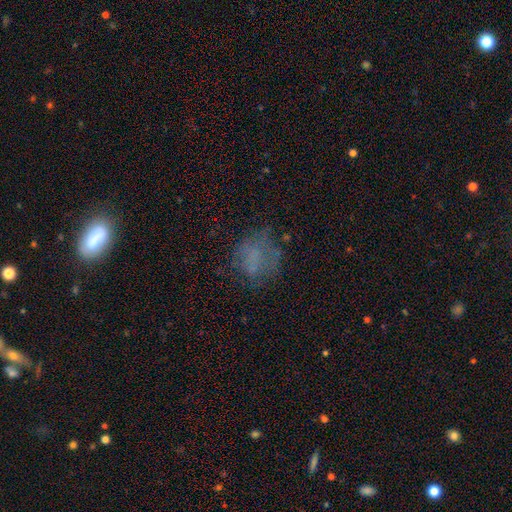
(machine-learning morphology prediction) smooth-or-featured: smooth: 50% | featured or disk: 31% | star or artifact: 19%
  merging: none: 55% | major disturbance: 22% | minor disturbance: 20% | merger: 3%